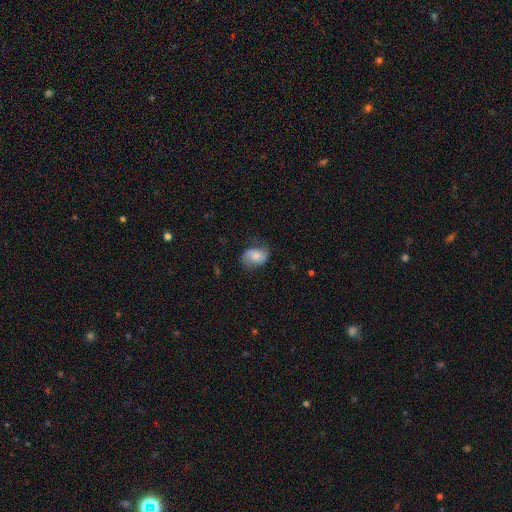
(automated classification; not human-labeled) Q: Smooth or featured?
A: smooth (60%); runner-up: featured or disk (32%)
Q: How rounded?
A: in between (77%); runner-up: round (21%)
Q: Merging?
A: none (62%); runner-up: minor disturbance (26%)